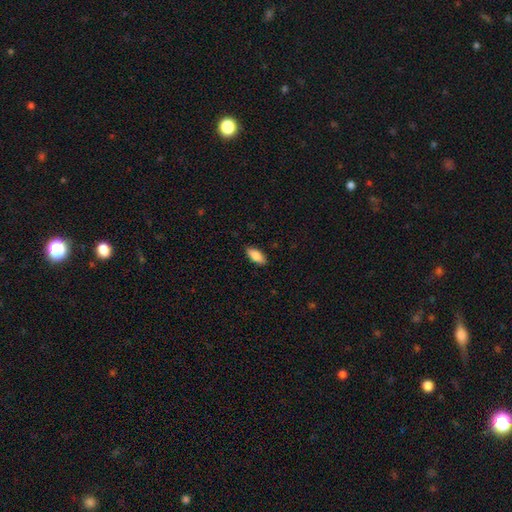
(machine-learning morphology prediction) Smooth or featured? smooth (84%)
How rounded? in between (83%)
Merging? none (88%)